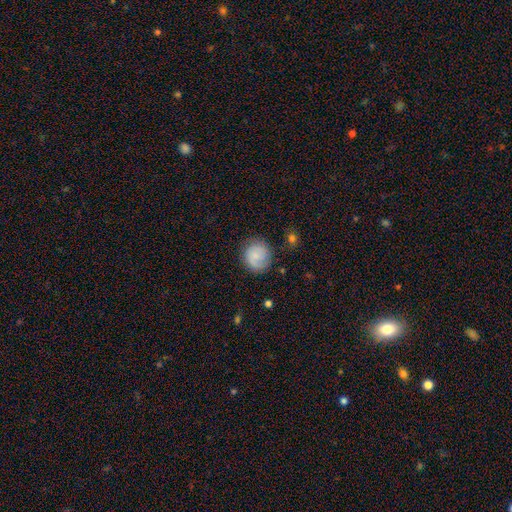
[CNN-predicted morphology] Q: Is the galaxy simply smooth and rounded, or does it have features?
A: smooth — 69%.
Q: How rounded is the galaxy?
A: round — 84%.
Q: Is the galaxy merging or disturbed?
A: none — 77%.